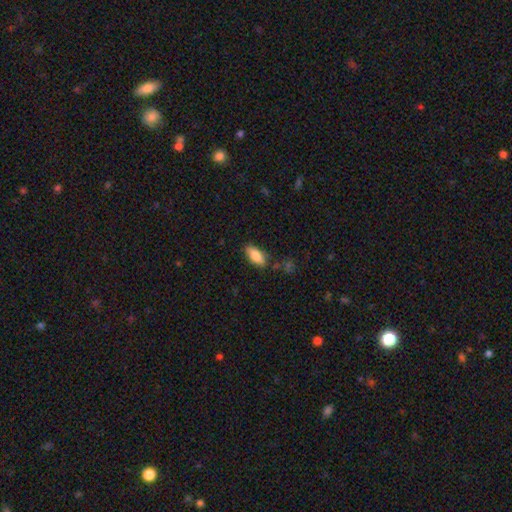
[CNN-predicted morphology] Smooth or featured?
  - smooth: 81% *
  - featured or disk: 12%
  - star or artifact: 7%
How rounded?
  - in between: 82% *
  - cigar-shaped: 16%
  - round: 2%
Merging?
  - none: 81% *
  - minor disturbance: 13%
  - major disturbance: 3%
  - merger: 3%